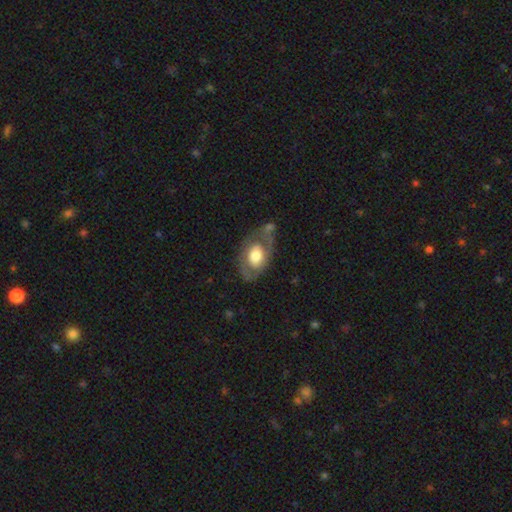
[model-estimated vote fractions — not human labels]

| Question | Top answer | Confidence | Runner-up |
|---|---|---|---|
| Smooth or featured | featured or disk | 50% | smooth (45%) |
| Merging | none | 52% | minor disturbance (24%) |